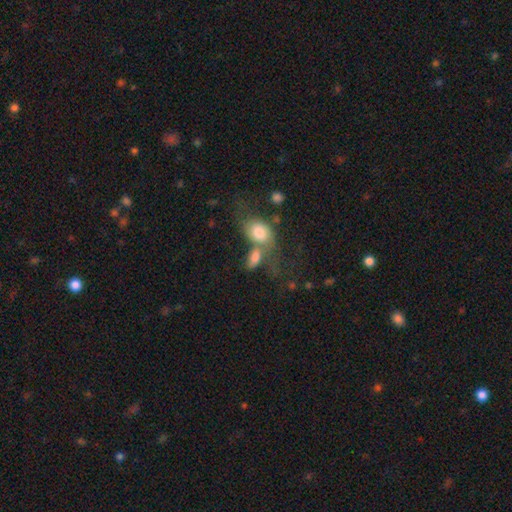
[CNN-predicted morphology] smooth-or-featured: smooth: 69% | featured or disk: 19% | star or artifact: 11%
  how-rounded: in between: 73% | round: 24% | cigar-shaped: 4%
  merging: merger: 48% | none: 28% | minor disturbance: 13% | major disturbance: 11%